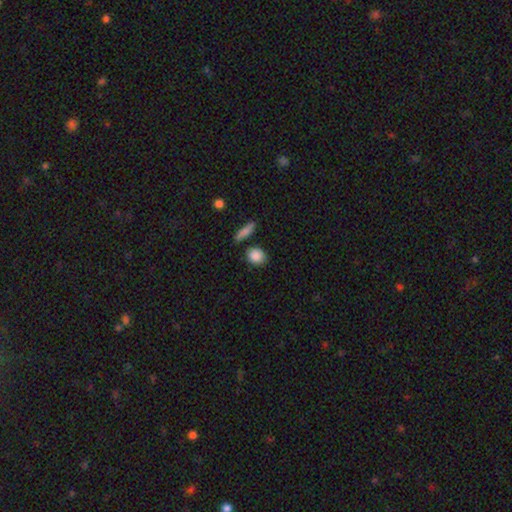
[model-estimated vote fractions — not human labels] Morphology: type=smooth (88%); roundness=round (55%); merging=none (79%).